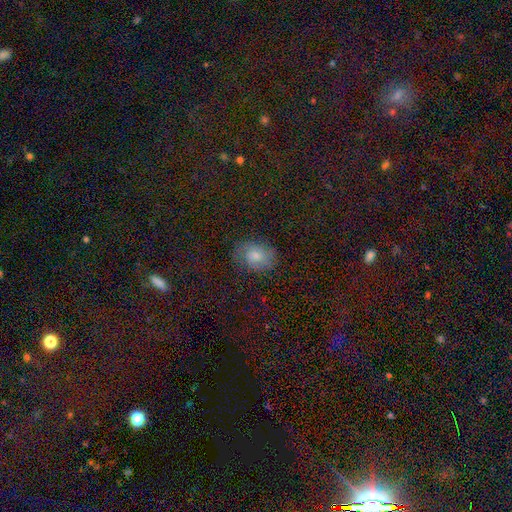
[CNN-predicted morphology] Q: Smooth or featured?
A: smooth (55%); runner-up: featured or disk (26%)
Q: How rounded?
A: in between (62%); runner-up: round (37%)
Q: Merging?
A: none (69%); runner-up: minor disturbance (19%)